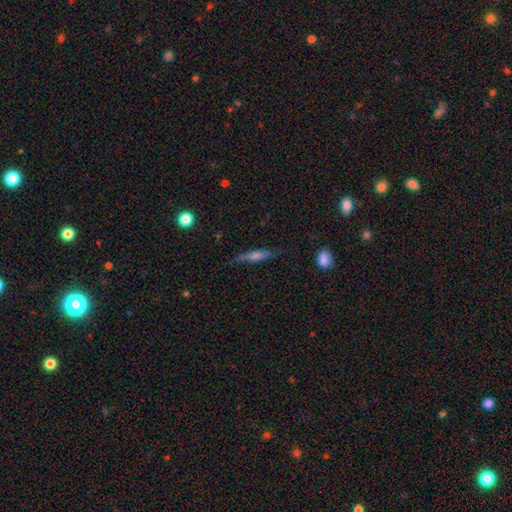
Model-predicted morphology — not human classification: type=smooth (52%); roundness=cigar-shaped (82%); merging=none (75%).